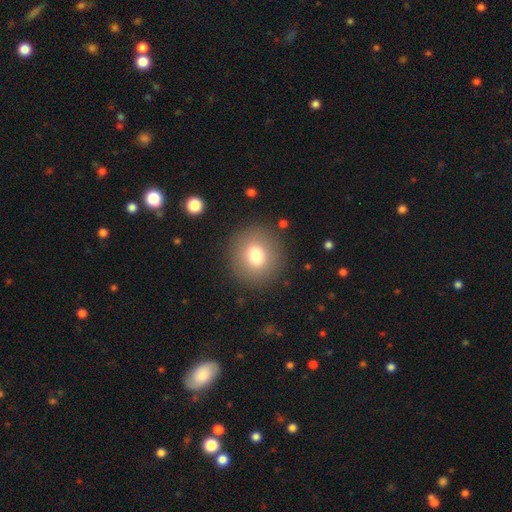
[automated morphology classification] Smooth or featured? Predicted: smooth (p=0.75). How rounded? Predicted: round (p=0.90). Merging? Predicted: none (p=0.88).